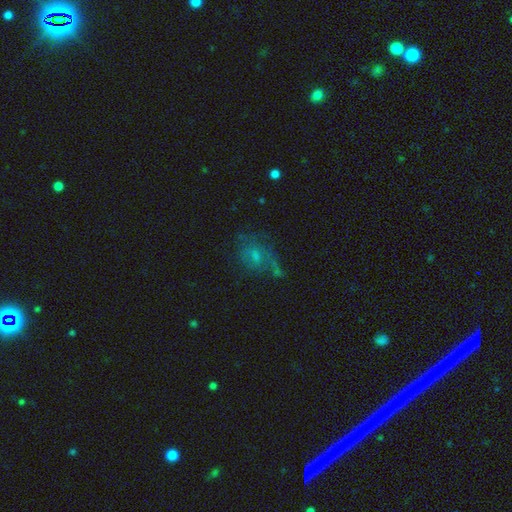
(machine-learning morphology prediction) The model was most divided on "smooth or featured": smooth: 42%, featured or disk: 38%, star or artifact: 20%. Remaining: merging — none (42%).